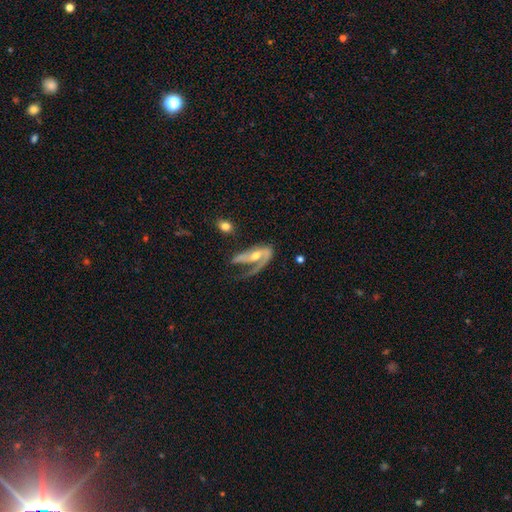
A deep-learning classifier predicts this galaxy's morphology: The model was most divided on "bar": no: 48%, weak: 30%, strong: 23%. More confident: edge-on disk — no (87%); spiral arms — yes (82%); smooth or featured — featured or disk (74%); spiral arm count — 1 (61%); bulge size — moderate (58%); merging — major disturbance (51%); spiral winding — loose (50%).